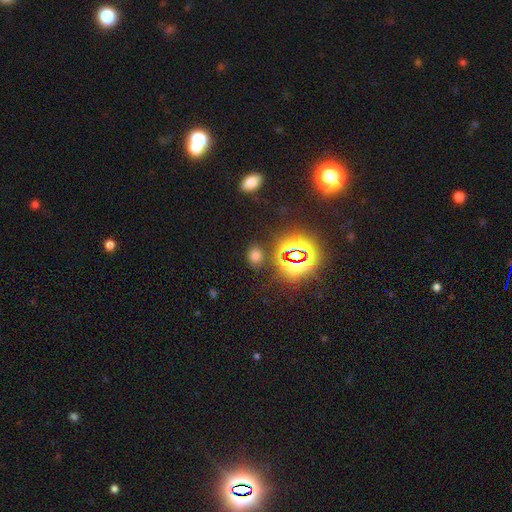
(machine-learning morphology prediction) This is likely a smooth galaxy (62%). How rounded: possibly round (57%). Merging: clearly none (82%).